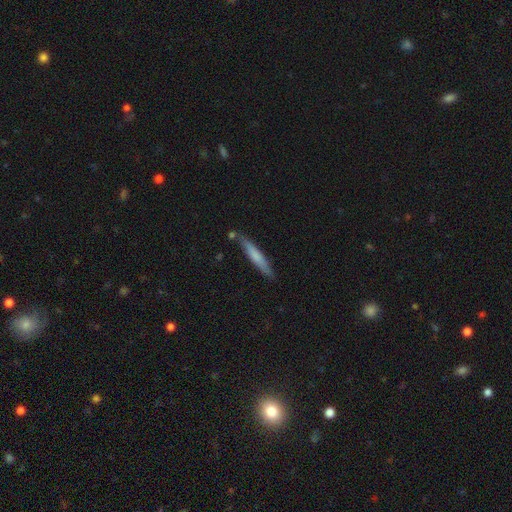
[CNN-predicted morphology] Smooth or featured? Predicted: smooth (p=0.64). How rounded? Predicted: cigar-shaped (p=0.94). Merging? Predicted: none (p=0.81).